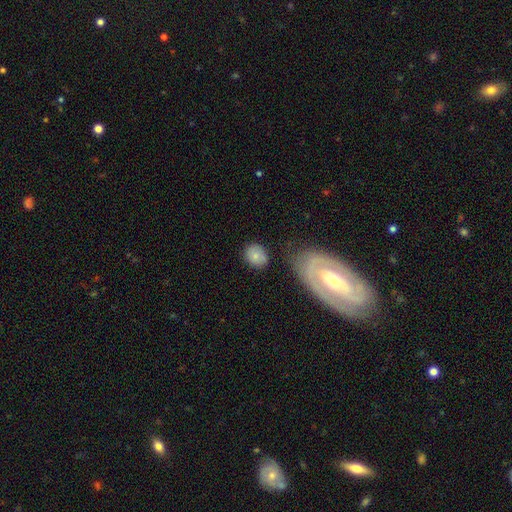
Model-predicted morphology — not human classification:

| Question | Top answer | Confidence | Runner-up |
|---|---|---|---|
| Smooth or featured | smooth | 77% | featured or disk (15%) |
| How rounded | round | 65% | in between (34%) |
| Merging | none | 74% | minor disturbance (14%) |